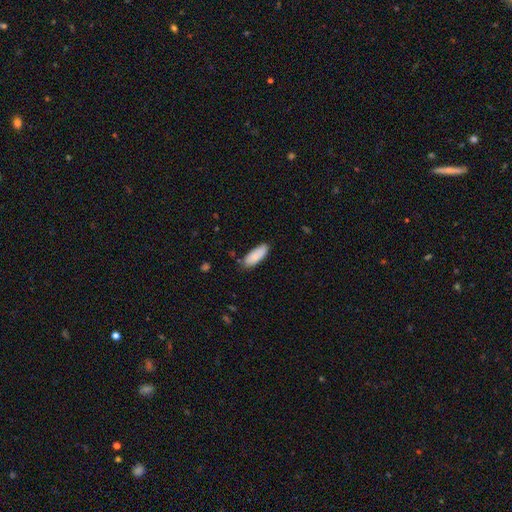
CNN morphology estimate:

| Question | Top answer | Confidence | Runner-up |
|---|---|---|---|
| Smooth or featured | smooth | 86% | featured or disk (8%) |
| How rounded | in between | 77% | cigar-shaped (22%) |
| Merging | none | 78% | minor disturbance (17%) |